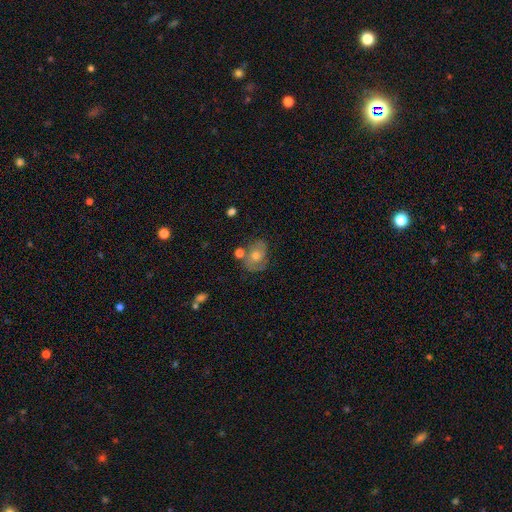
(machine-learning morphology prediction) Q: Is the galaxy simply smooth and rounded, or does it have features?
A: featured or disk — 51%.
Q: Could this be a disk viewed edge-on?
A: no — 96%.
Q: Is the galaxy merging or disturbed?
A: none — 62%.